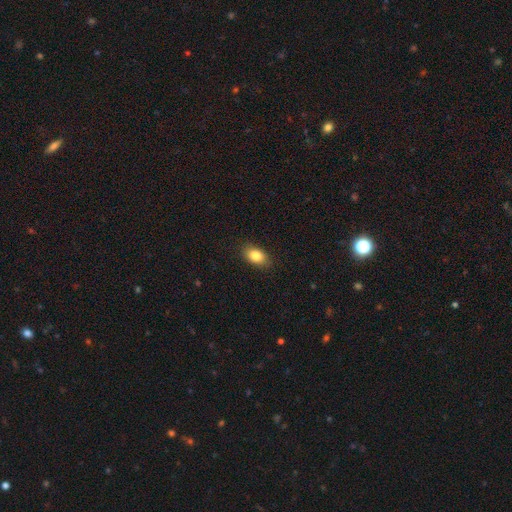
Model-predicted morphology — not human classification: type=smooth (84%); roundness=in between (85%); merging=none (87%).